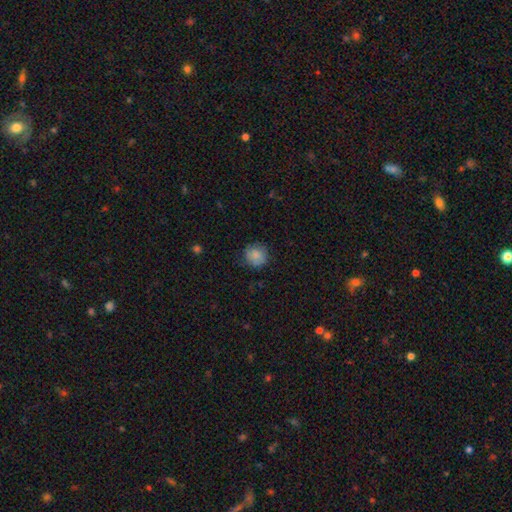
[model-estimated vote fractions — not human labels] Smooth or featured?
  - smooth: 82% *
  - featured or disk: 10%
  - star or artifact: 8%
How rounded?
  - round: 86% *
  - in between: 13%
  - cigar-shaped: 1%
Merging?
  - none: 75% *
  - minor disturbance: 19%
  - major disturbance: 5%
  - merger: 1%